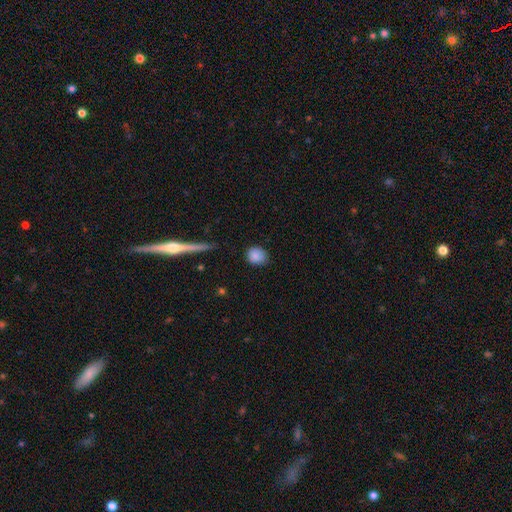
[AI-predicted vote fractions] smooth-or-featured: smooth: 86% | star or artifact: 9% | featured or disk: 6%
  how-rounded: round: 72% | in between: 26% | cigar-shaped: 2%
  merging: none: 81% | minor disturbance: 14% | major disturbance: 3% | merger: 1%